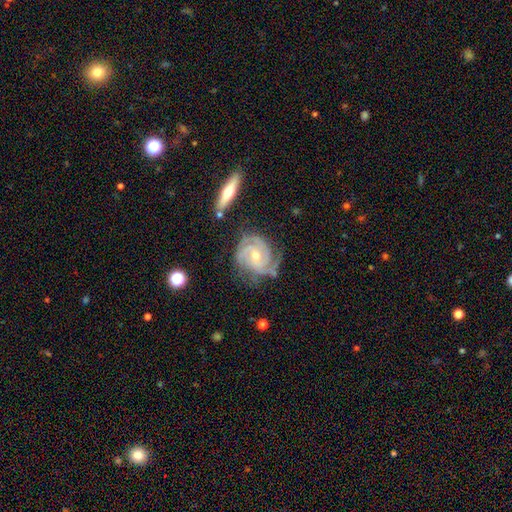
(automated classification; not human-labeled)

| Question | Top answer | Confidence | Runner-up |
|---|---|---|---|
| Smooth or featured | featured or disk | 90% | star or artifact (5%) |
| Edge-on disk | no | 97% | yes (3%) |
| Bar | no | 64% | weak (27%) |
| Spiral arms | yes | 98% | no (2%) |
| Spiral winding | tight | 69% | medium (27%) |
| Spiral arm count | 3 | 52% | 2 (16%) |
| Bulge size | moderate | 51% | small (46%) |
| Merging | none | 68% | minor disturbance (22%) |